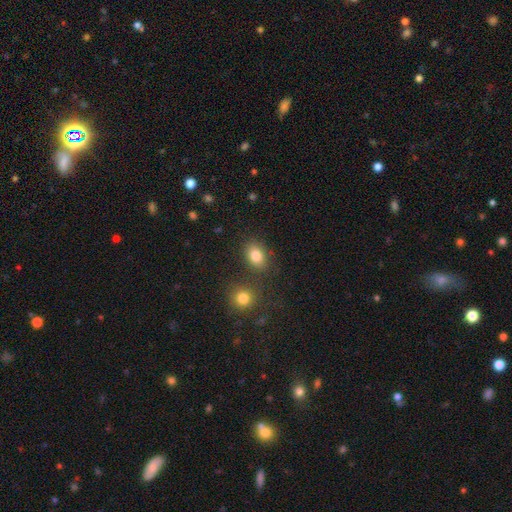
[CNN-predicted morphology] smooth 82%, star or artifact 11%, featured or disk 8%. Down the decision tree: how rounded — in between (69%); merging — none (77%).